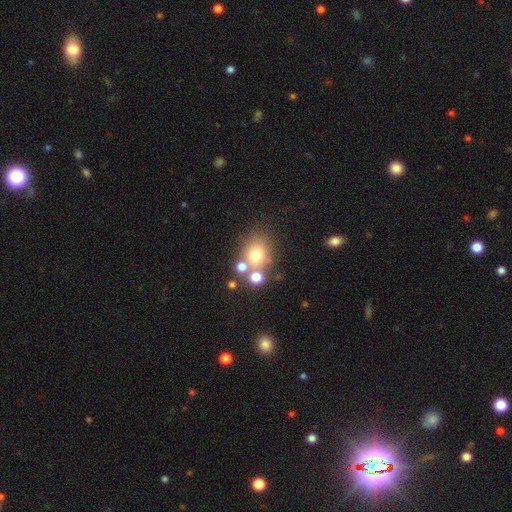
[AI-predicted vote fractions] The model was most divided on "merging": none: 53%, merger: 30%, minor disturbance: 11%, major disturbance: 6%. More confident: smooth or featured — smooth (68%); how rounded — round (63%).